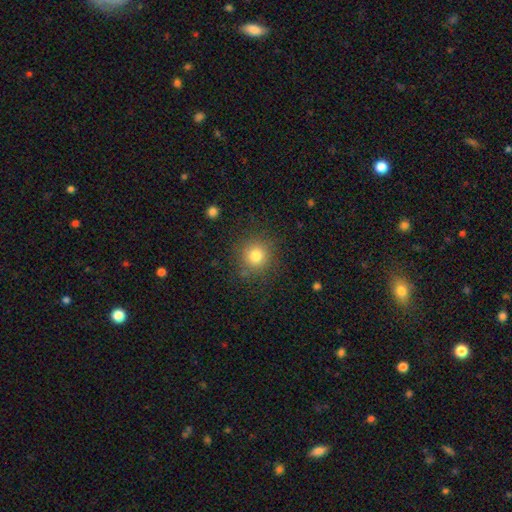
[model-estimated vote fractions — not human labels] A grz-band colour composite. It shows a smooth galaxy with no disk features (80%) that is round (93%). Merging: none (86%).